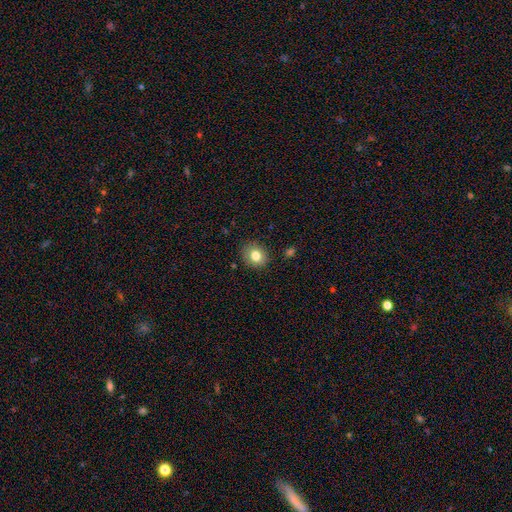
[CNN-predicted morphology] type=smooth (80%); roundness=round (65%); merging=none (86%).